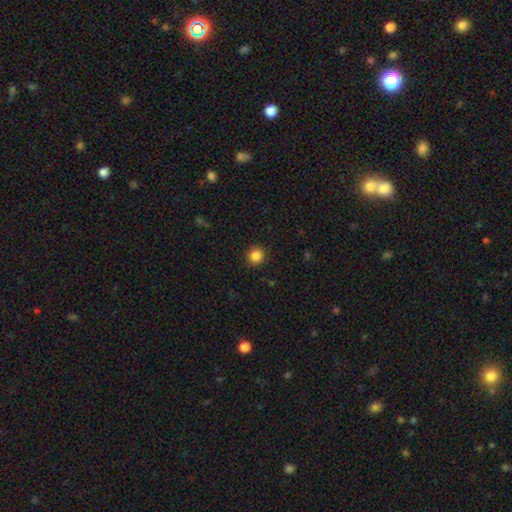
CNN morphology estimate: Q: Smooth or featured?
A: smooth (86%); runner-up: star or artifact (11%)
Q: How rounded?
A: round (90%); runner-up: in between (9%)
Q: Merging?
A: none (92%); runner-up: minor disturbance (6%)